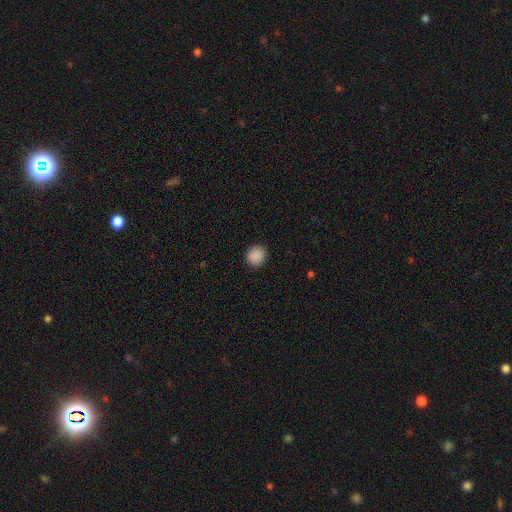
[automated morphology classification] Q: Smooth or featured?
A: smooth (89%); runner-up: star or artifact (9%)
Q: How rounded?
A: round (81%); runner-up: in between (18%)
Q: Merging?
A: none (90%); runner-up: minor disturbance (7%)